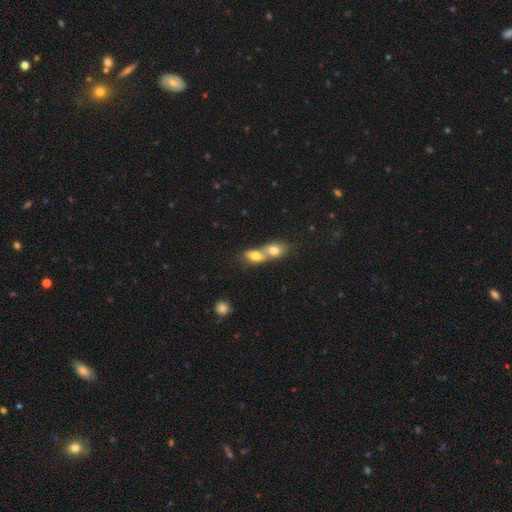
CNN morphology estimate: This is likely a smooth galaxy (76%). How rounded: likely in between (73%). Merging: likely merger (76%).